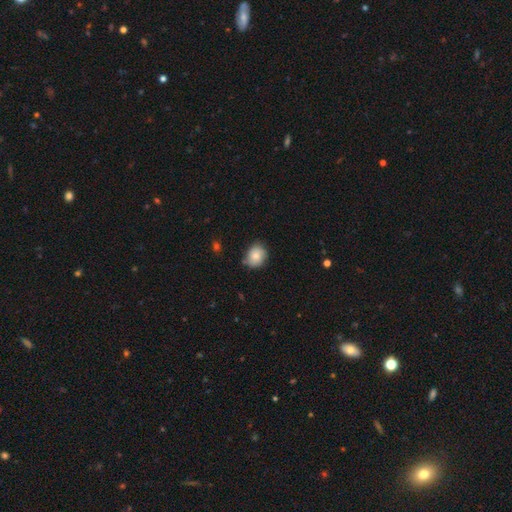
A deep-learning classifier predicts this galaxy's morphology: smooth 73%, featured or disk 19%, star or artifact 8%. Down the decision tree: how rounded — round (64%); merging — none (69%).